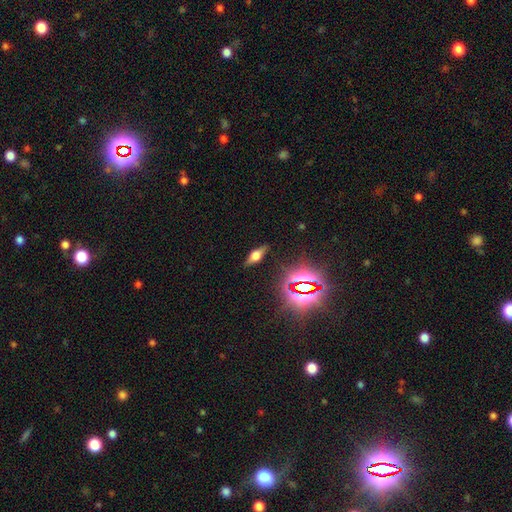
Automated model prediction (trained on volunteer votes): A featured or disk galaxy (48%). Merging: none (85%).